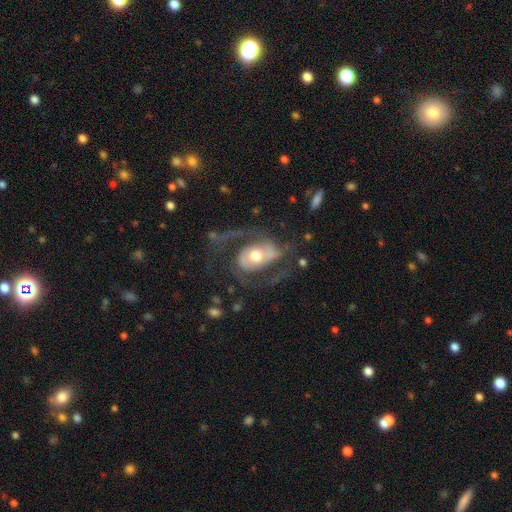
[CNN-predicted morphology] smooth-or-featured: featured or disk: 83% | smooth: 12% | star or artifact: 5%
  disk-edge-on: no: 97% | yes: 3%
    bar: no: 56% | weak: 30% | strong: 14%
    has-spiral-arms: yes: 89% | no: 11%
      spiral-winding: medium: 47% | loose: 35% | tight: 17%
      spiral-arm-count: 2: 79% | 1: 8% | can't tell: 6% | 3: 4% | 4: 2% | more than 4: 2%
    bulge-size: moderate: 71% | large: 16% | small: 10% | dominant: 2% | none: 1%
  merging: none: 53% | major disturbance: 28% | minor disturbance: 16% | merger: 3%